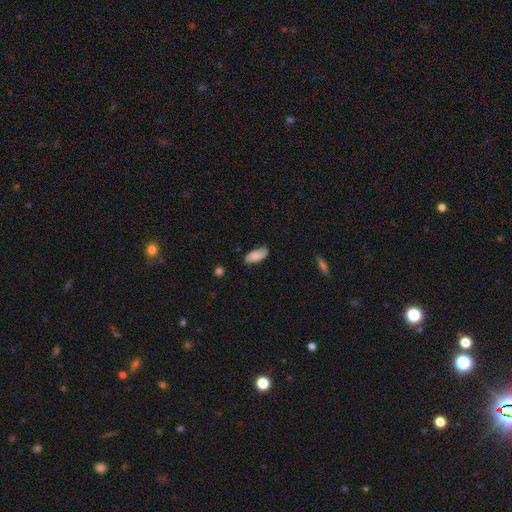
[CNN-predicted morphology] This is clearly a smooth galaxy (84%). How rounded: clearly in between (85%). Merging: likely none (79%).